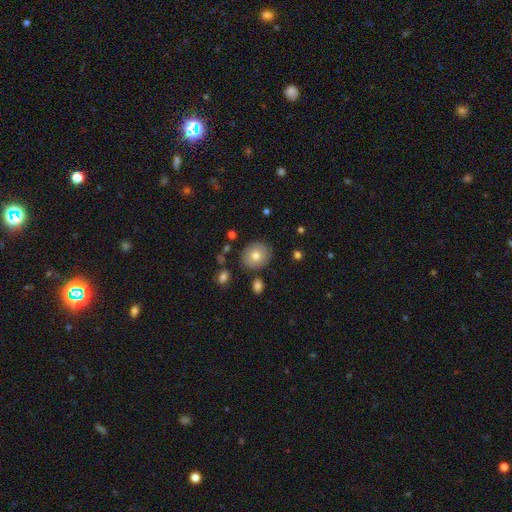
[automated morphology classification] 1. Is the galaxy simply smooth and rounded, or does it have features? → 75% smooth, 16% featured or disk, 9% star or artifact.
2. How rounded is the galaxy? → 71% round, 28% in between, 1% cigar-shaped.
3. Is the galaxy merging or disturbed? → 85% none, 10% minor disturbance, 3% merger, 3% major disturbance.